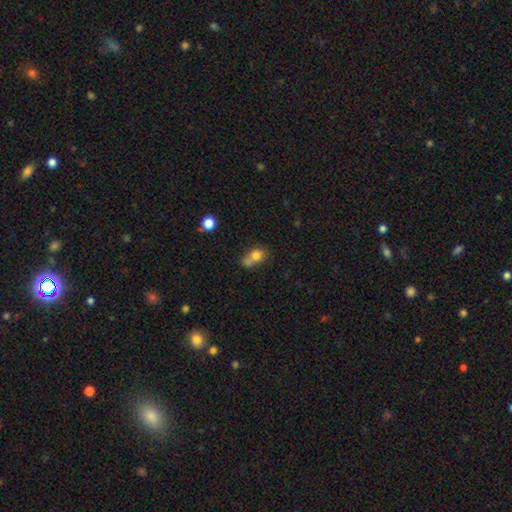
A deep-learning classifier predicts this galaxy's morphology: Smooth or featured? Predicted: smooth (p=0.76). How rounded? Predicted: round (p=0.65). Merging? Predicted: merger (p=0.52).